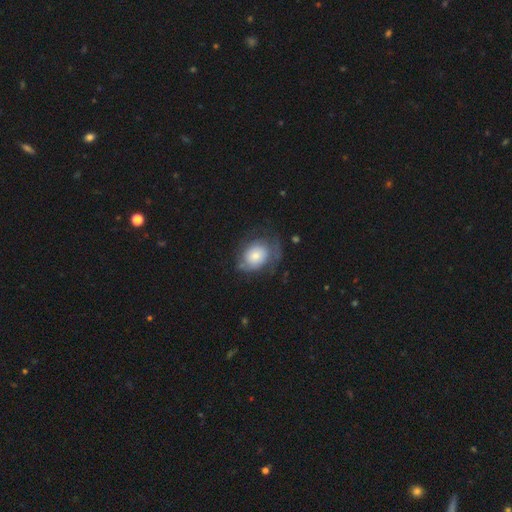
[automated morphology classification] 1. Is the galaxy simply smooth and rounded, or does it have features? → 50% smooth, 43% featured or disk, 7% star or artifact.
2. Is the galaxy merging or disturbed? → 48% none, 28% minor disturbance, 22% major disturbance, 2% merger.